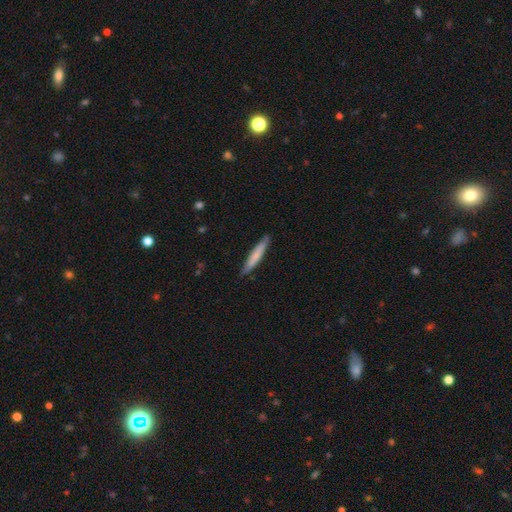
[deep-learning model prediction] Smooth or featured? Predicted: smooth (p=0.70). How rounded? Predicted: cigar-shaped (p=0.93). Merging? Predicted: none (p=0.87).